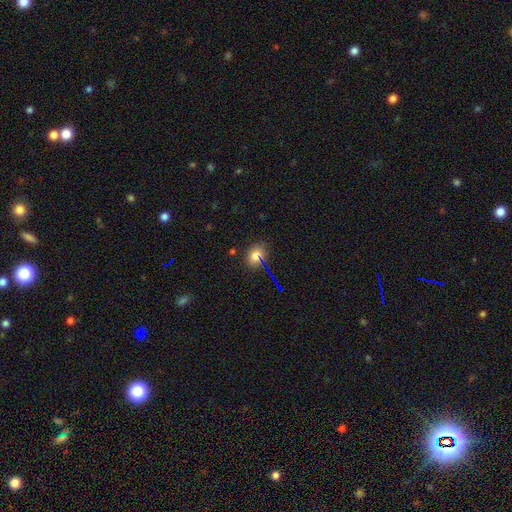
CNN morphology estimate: smooth_or_featured: smooth (p=0.70) [alt: star or artifact p=0.22]
how_rounded: in between (p=0.60) [alt: round p=0.37]
merging: none (p=0.81) [alt: minor disturbance p=0.12]